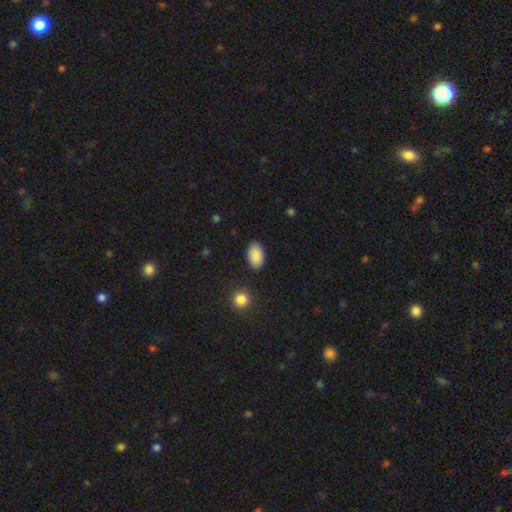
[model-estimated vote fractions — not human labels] Smooth or featured? smooth (89%)
How rounded? in between (92%)
Merging? none (85%)